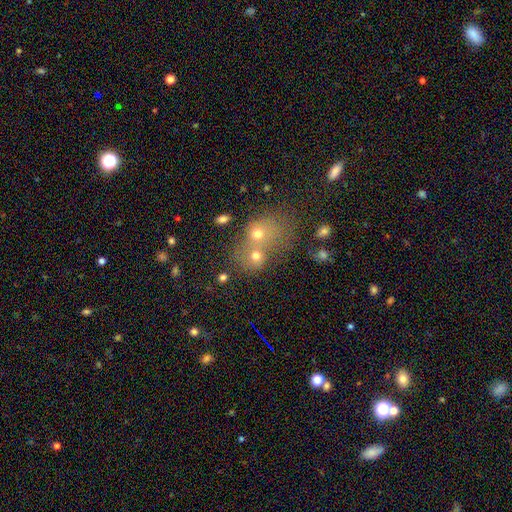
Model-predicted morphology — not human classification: smooth-or-featured: smooth: 65% | featured or disk: 18% | star or artifact: 16%
  how-rounded: round: 68% | in between: 31% | cigar-shaped: 1%
  merging: merger: 62% | none: 26% | minor disturbance: 6% | major disturbance: 5%